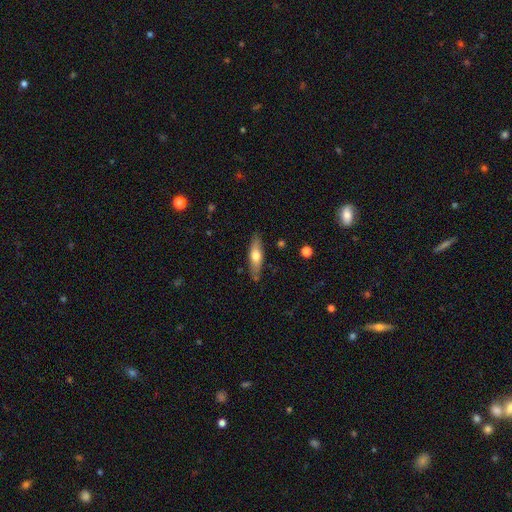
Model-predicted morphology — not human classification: This is possibly a smooth galaxy (58%). How rounded: possibly cigar-shaped (55%). Merging: clearly none (82%).